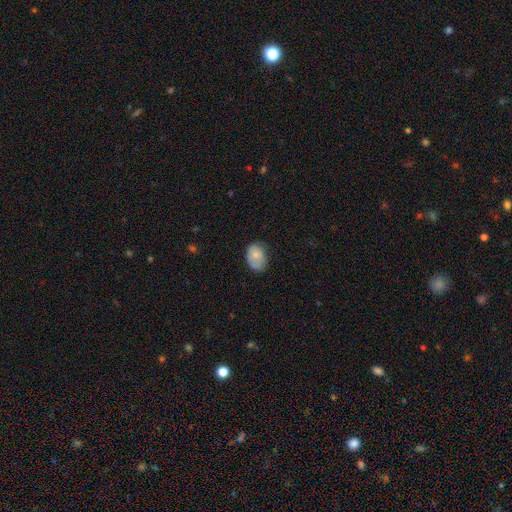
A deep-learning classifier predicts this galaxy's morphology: smooth_or_featured: smooth (p=0.77) [alt: featured or disk p=0.15]
how_rounded: in between (p=0.78) [alt: round p=0.21]
merging: none (p=0.60) [alt: minor disturbance p=0.31]